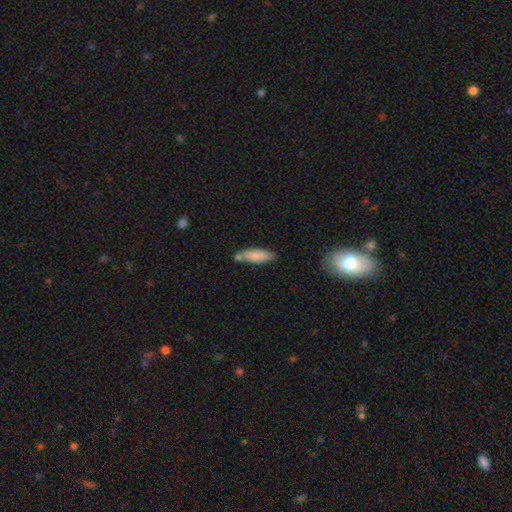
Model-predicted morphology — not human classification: Smooth or featured? Predicted: smooth (p=0.82). How rounded? Predicted: cigar-shaped (p=0.53). Merging? Predicted: none (p=0.63).